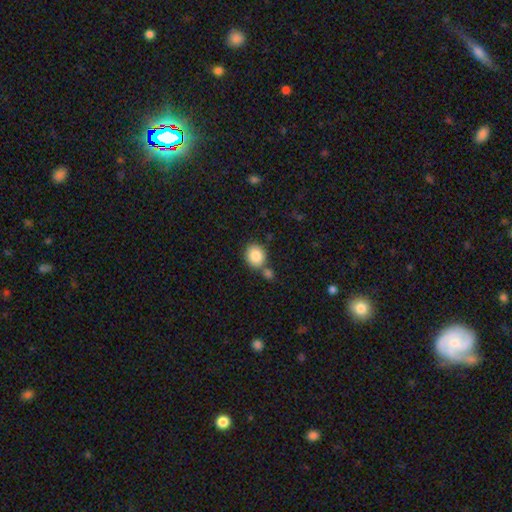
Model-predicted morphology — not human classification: This is clearly a smooth galaxy (85%). How rounded: likely round (70%). Merging: likely none (62%).